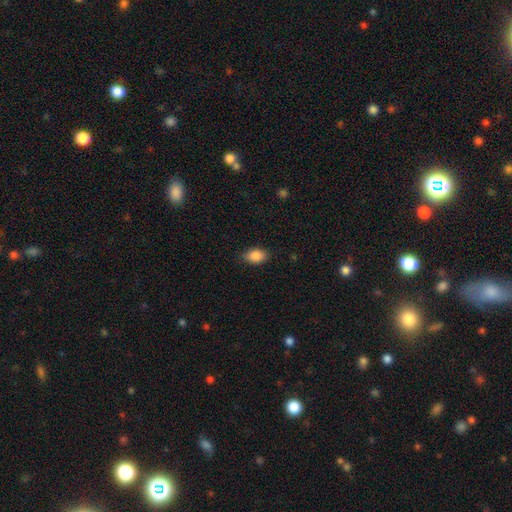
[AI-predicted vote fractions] This is clearly a smooth galaxy (88%). How rounded: clearly in between (88%). Merging: clearly none (85%).